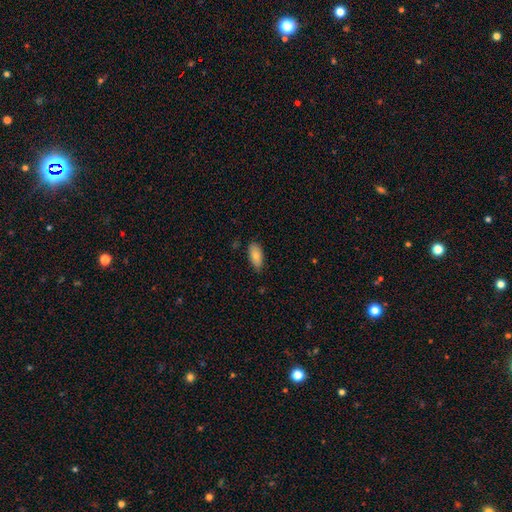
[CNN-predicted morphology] smooth 82%, featured or disk 11%, star or artifact 7%. Down the decision tree: how rounded — in between (89%); merging — none (78%).